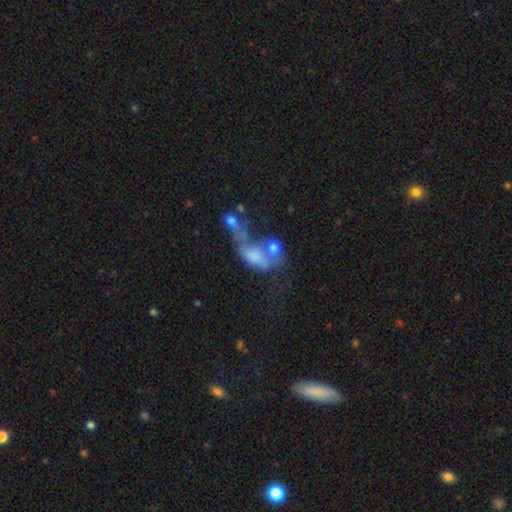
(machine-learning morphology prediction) A smooth galaxy with no disk features (50%) that is in between round and cigar-shaped (81%).

Vote fractions:
- Smooth or featured? smooth: 50% / featured or disk: 37% / star or artifact: 12%
- How rounded? in between: 81% / round: 12% / cigar-shaped: 6%
- Merging? merger: 52% / major disturbance: 28% / none: 11% / minor disturbance: 9%